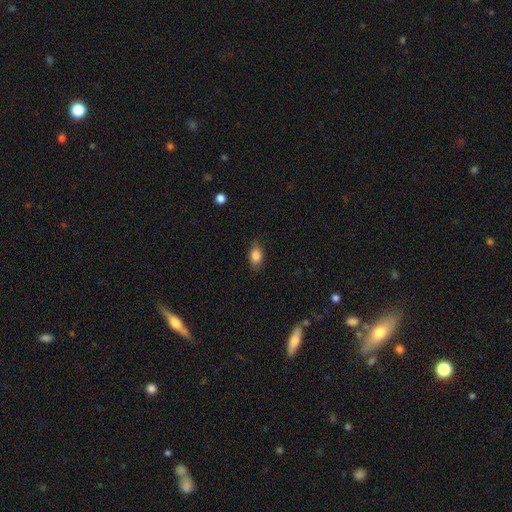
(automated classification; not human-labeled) Morphology: type=smooth (84%); roundness=in between (81%); merging=none (73%).